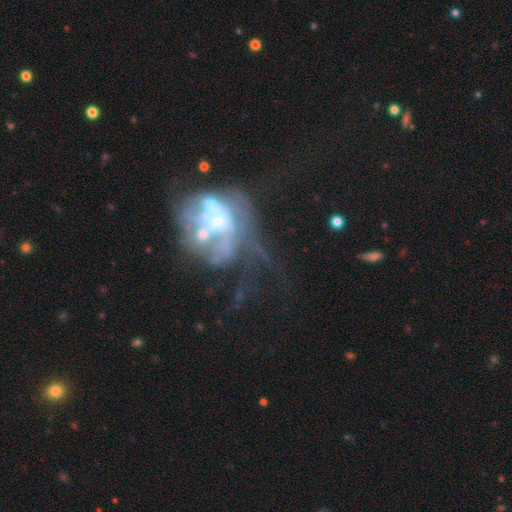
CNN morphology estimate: Smooth or featured: featured or disk — 50% (star or artifact — 34%)
Edge-on disk: no — 88% (yes — 12%)
Merging: major disturbance — 38% (none — 28%)